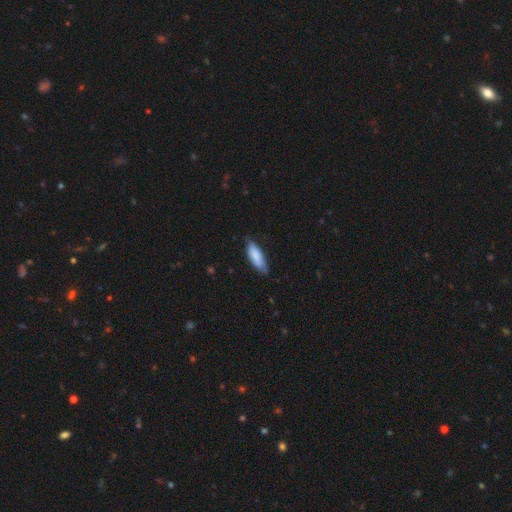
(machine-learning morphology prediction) Smooth or featured?
  - smooth: 83% *
  - featured or disk: 11%
  - star or artifact: 5%
How rounded?
  - in between: 63% *
  - cigar-shaped: 36%
  - round: 2%
Merging?
  - none: 74% *
  - minor disturbance: 22%
  - major disturbance: 3%
  - merger: 1%